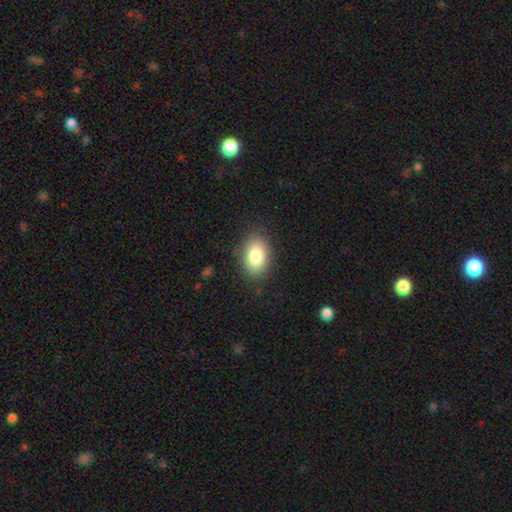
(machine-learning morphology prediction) The model was most divided on "merging": none: 84%, minor disturbance: 11%, major disturbance: 3%, merger: 1%. More confident: how rounded — in between (88%); smooth or featured — smooth (83%).